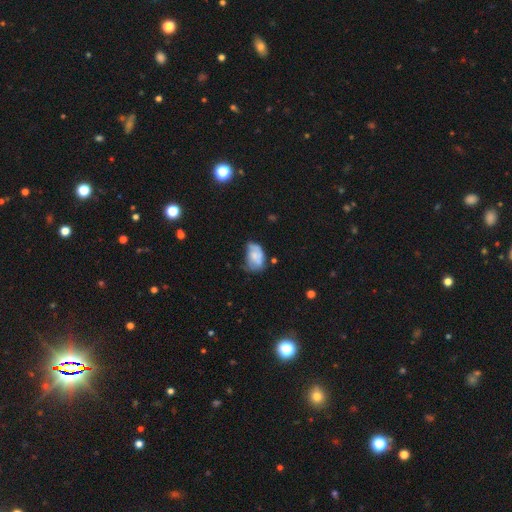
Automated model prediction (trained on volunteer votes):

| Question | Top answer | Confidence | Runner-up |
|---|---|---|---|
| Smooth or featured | smooth | 61% | featured or disk (31%) |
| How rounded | in between | 85% | round (14%) |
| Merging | minor disturbance | 41% | none (33%) |